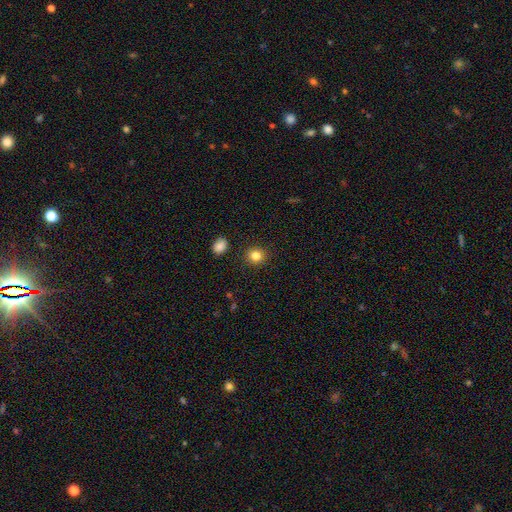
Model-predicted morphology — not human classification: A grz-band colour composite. It shows a smooth galaxy with no disk features (84%) that is round (83%). Merging: none (90%).